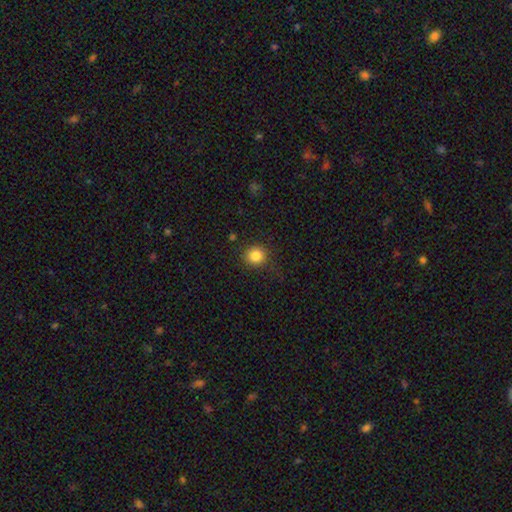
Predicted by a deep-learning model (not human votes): Overall: smooth (84%). How rounded: round (89%). Merging: none (86%).